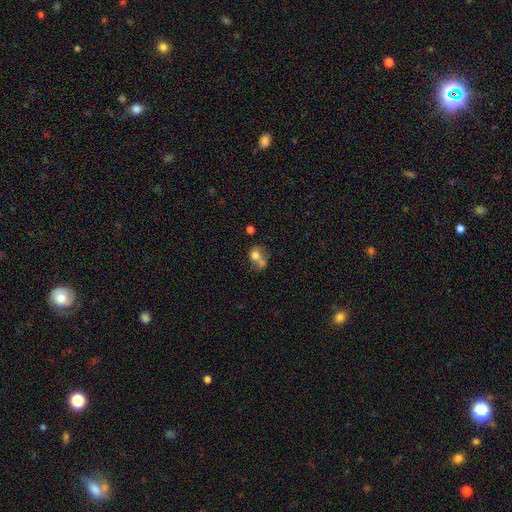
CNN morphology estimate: type=smooth (71%); roundness=round (58%); merging=merger (59%).